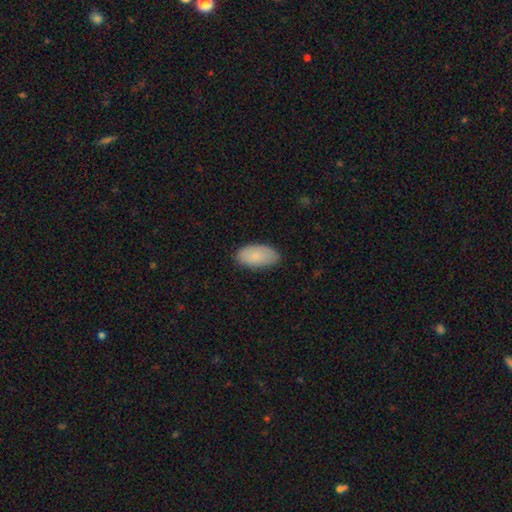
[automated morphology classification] Smooth or featured? Predicted: smooth (p=0.82). How rounded? Predicted: in between (p=0.95). Merging? Predicted: none (p=0.83).